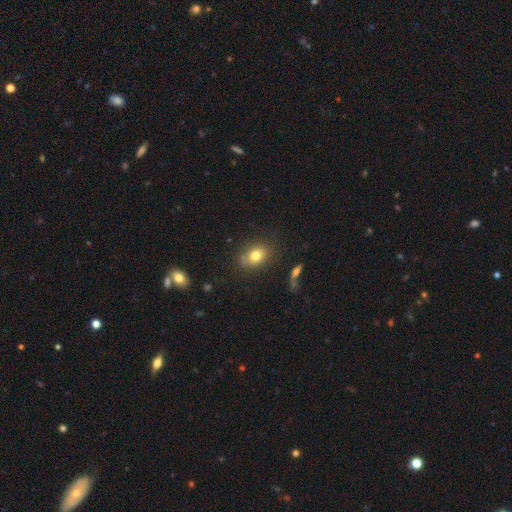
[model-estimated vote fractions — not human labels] The model was most divided on "how rounded": in between: 69%, round: 29%, cigar-shaped: 2%. More confident: smooth or featured — smooth (77%); merging — none (77%).